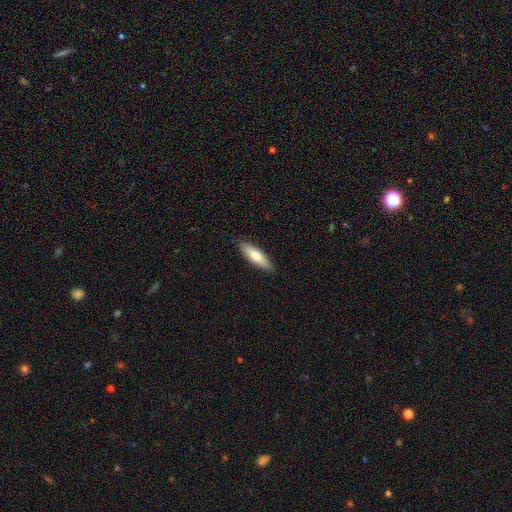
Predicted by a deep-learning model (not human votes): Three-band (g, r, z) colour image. It shows a smooth galaxy with no disk features (73%) that is cigar-shaped (57%). Merging: none (89%).